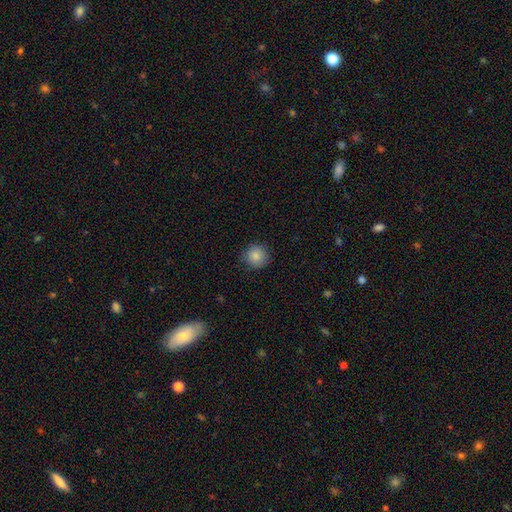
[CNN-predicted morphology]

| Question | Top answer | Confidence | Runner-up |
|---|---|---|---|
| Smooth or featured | smooth | 86% | star or artifact (10%) |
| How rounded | round | 94% | in between (5%) |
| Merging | none | 88% | minor disturbance (9%) |